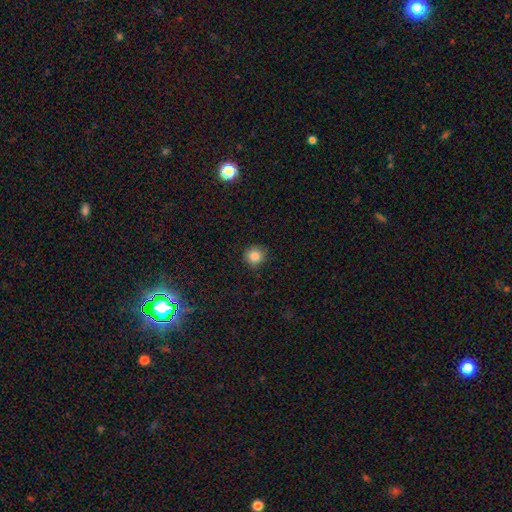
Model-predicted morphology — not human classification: type=smooth (85%); roundness=round (93%); merging=none (88%).